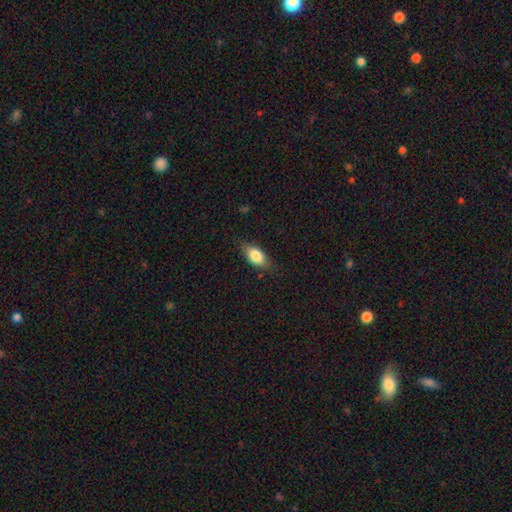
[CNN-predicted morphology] smooth 79%, featured or disk 13%, star or artifact 7%. Down the decision tree: how rounded — in between (85%); merging — none (78%).